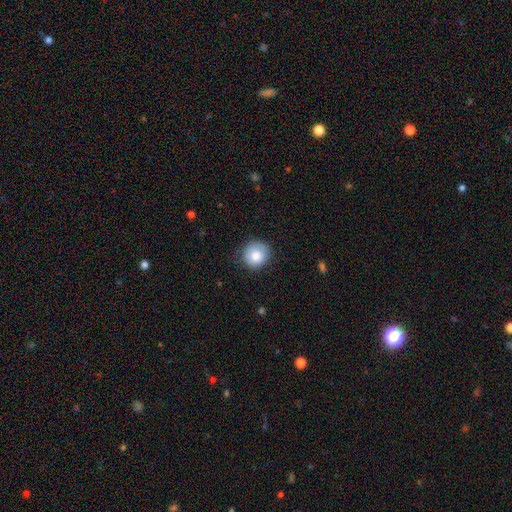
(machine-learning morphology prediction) A smooth galaxy with no disk features (83%) that is round (87%). Merging: none (77%).